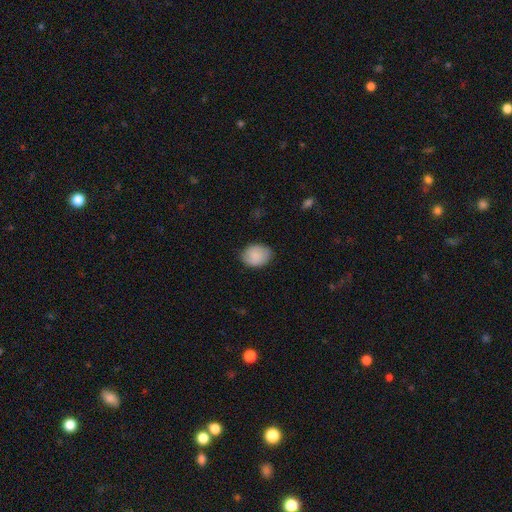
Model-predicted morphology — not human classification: Smooth or featured? smooth (87%)
How rounded? in between (64%)
Merging? none (83%)